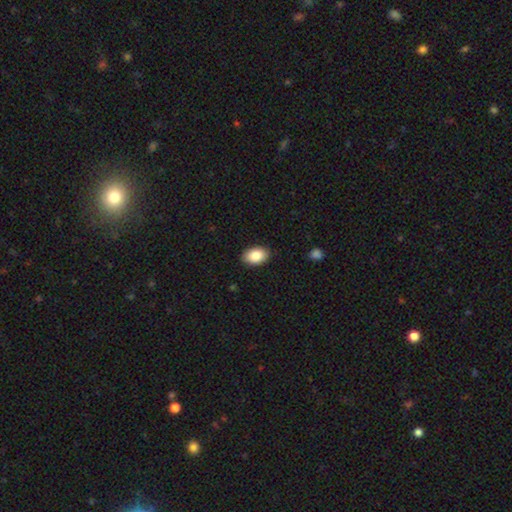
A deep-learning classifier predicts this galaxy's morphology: Smooth or featured? smooth (87%)
How rounded? in between (90%)
Merging? none (88%)